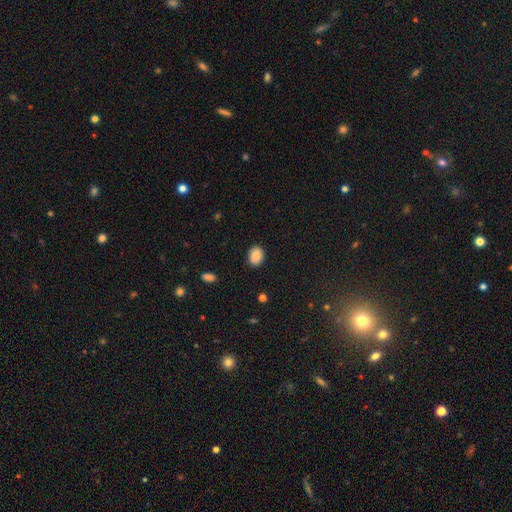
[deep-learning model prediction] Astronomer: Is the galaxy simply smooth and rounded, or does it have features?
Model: smooth — 87%.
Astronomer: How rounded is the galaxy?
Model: in between — 65%.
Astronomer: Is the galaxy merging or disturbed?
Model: none — 87%.